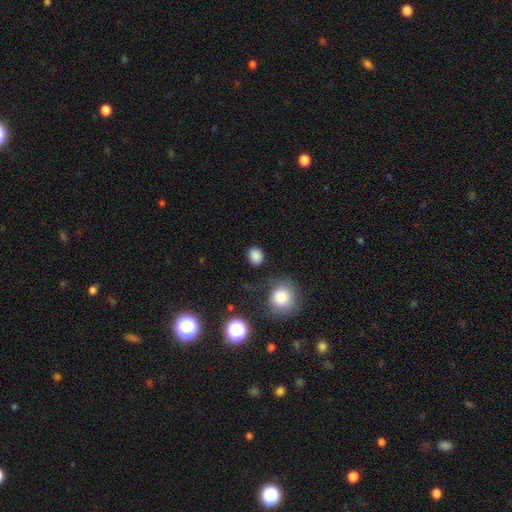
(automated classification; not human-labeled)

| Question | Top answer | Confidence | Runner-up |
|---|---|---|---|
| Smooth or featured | smooth | 84% | star or artifact (12%) |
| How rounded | round | 69% | in between (30%) |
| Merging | none | 80% | minor disturbance (12%) |